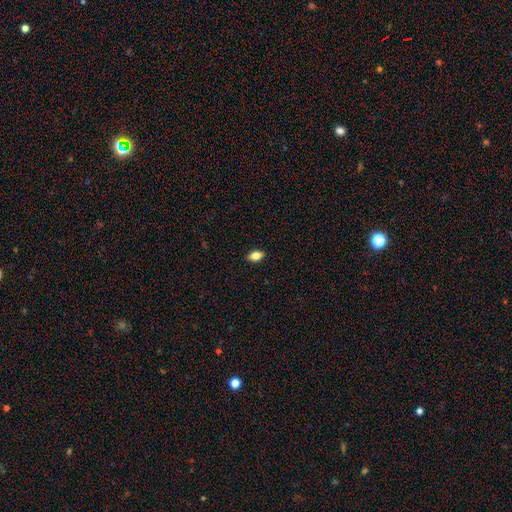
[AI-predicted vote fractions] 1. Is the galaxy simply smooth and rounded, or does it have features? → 81% smooth, 10% featured or disk, 9% star or artifact.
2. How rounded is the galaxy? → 88% in between, 8% round, 4% cigar-shaped.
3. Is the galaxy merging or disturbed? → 89% none, 9% minor disturbance, 2% major disturbance, 1% merger.